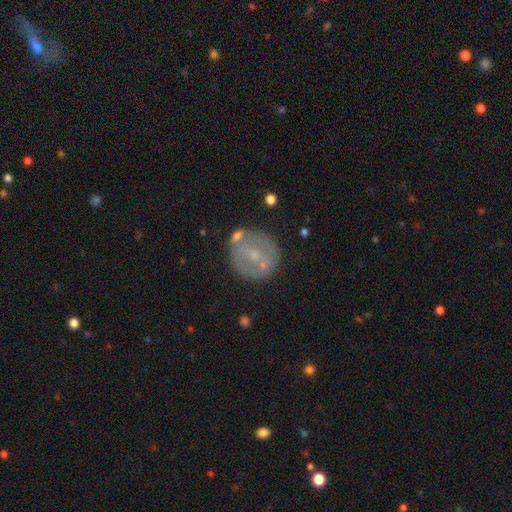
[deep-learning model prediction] A featured or disk galaxy (49%). Merging: none (70%).